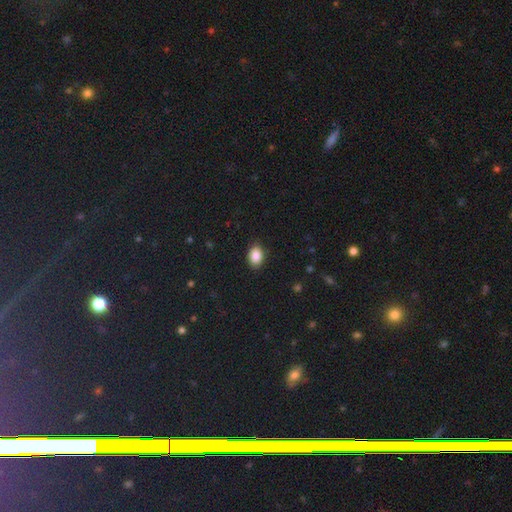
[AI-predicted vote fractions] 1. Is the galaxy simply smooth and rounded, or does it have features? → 88% smooth, 8% star or artifact, 4% featured or disk.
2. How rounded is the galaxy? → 81% in between, 18% round, 1% cigar-shaped.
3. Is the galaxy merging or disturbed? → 88% none, 9% minor disturbance, 2% major disturbance, 1% merger.